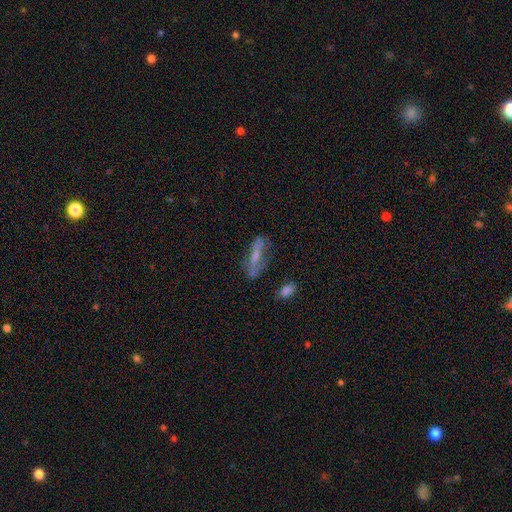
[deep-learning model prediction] Smooth or featured? featured or disk (45%)
Merging? none (54%)